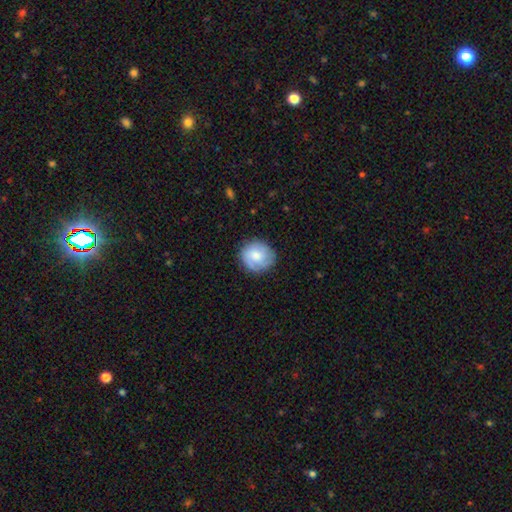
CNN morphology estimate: Smooth or featured?
  - smooth: 66% *
  - featured or disk: 27%
  - star or artifact: 7%
How rounded?
  - round: 86% *
  - in between: 13%
  - cigar-shaped: 1%
Merging?
  - none: 80% *
  - minor disturbance: 15%
  - major disturbance: 4%
  - merger: 1%